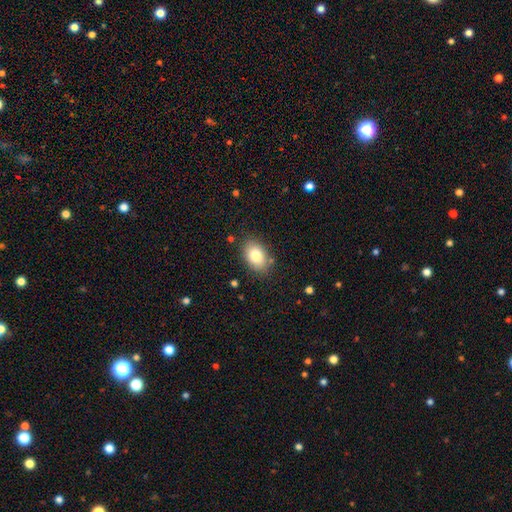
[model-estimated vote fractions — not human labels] This appears to be a smooth galaxy with no disk features (81%) that is in between round and cigar-shaped (87%). Merging: none (83%).